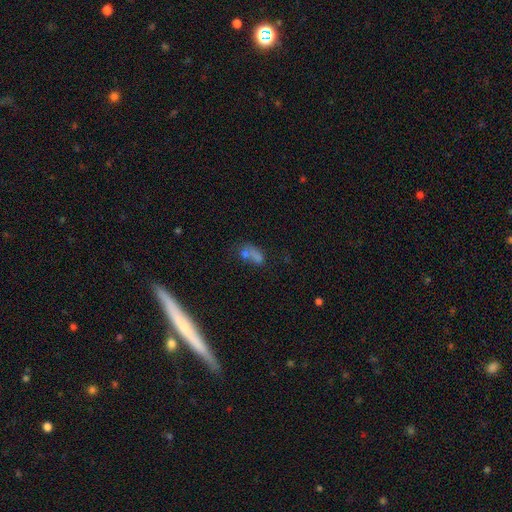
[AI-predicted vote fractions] A smooth galaxy with no disk features (55%) that is in between round and cigar-shaped (60%).

Vote fractions:
- Smooth or featured? smooth: 55% / featured or disk: 23% / star or artifact: 22%
- How rounded? in between: 60% / round: 27% / cigar-shaped: 13%
- Merging? none: 38% / merger: 37% / minor disturbance: 13% / major disturbance: 11%